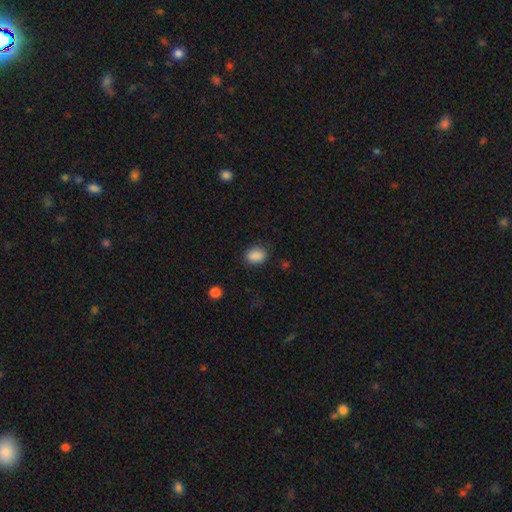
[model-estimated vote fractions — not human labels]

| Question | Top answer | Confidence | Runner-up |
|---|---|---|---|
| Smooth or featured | smooth | 88% | star or artifact (9%) |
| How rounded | in between | 71% | round (28%) |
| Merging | none | 83% | minor disturbance (12%) |